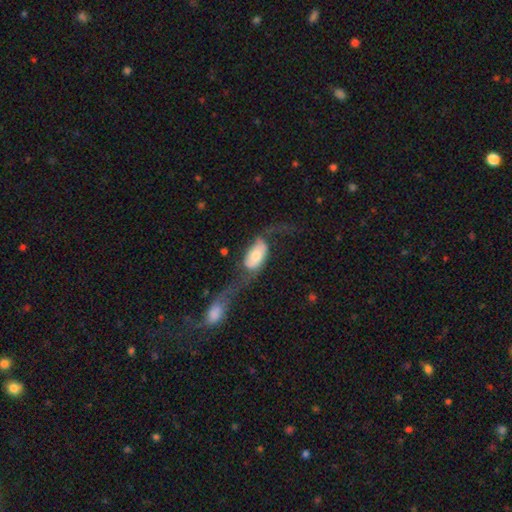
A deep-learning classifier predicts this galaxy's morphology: A smooth galaxy with no disk features (48%). Merging: major disturbance (35%).